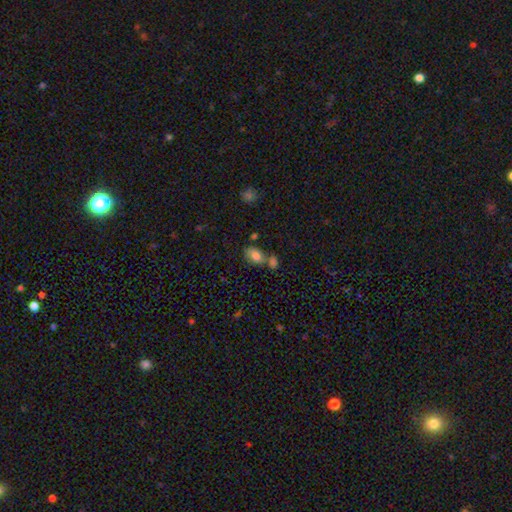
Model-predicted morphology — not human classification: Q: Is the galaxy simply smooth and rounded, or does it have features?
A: smooth — 74%.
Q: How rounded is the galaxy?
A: in between — 78%.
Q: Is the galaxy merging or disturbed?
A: none — 42%.